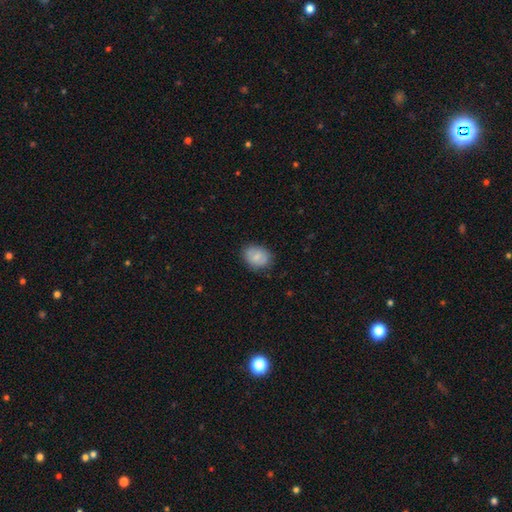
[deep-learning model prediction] A smooth galaxy with no disk features (75%) that is in between round and cigar-shaped (56%).

Vote fractions:
- Smooth or featured? smooth: 75% / featured or disk: 18% / star or artifact: 7%
- How rounded? in between: 56% / round: 43% / cigar-shaped: 1%
- Merging? none: 81% / minor disturbance: 15% / major disturbance: 4% / merger: 1%